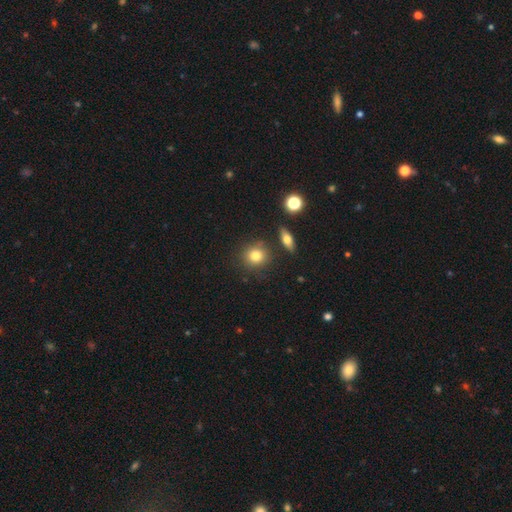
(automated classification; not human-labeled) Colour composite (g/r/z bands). It shows a smooth galaxy with no disk features (80%) that is round (84%). Merging: none (81%).